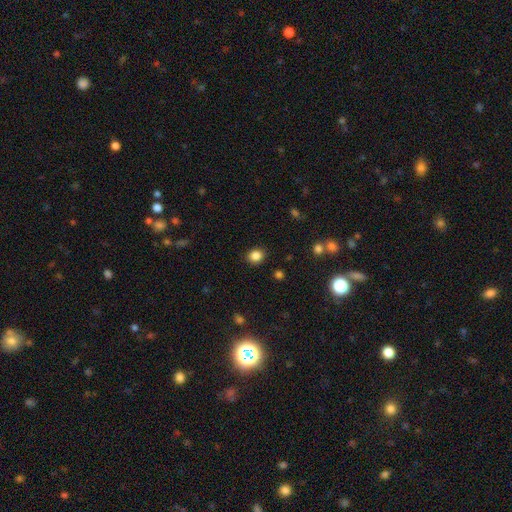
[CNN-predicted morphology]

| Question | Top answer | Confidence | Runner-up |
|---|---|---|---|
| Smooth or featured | smooth | 85% | star or artifact (11%) |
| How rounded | round | 71% | in between (28%) |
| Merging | none | 89% | minor disturbance (7%) |